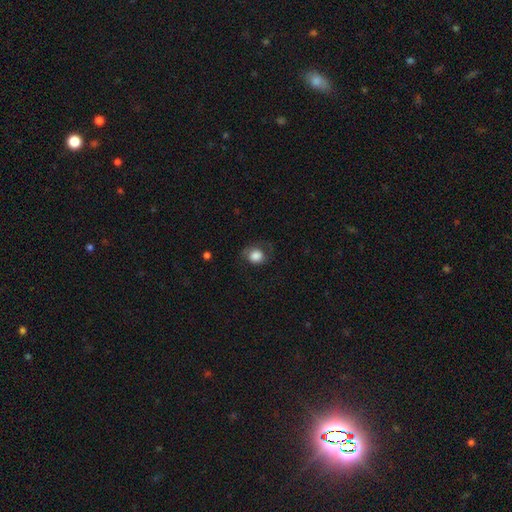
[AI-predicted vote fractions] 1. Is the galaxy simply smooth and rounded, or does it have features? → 79% smooth, 12% featured or disk, 9% star or artifact.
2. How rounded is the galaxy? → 71% round, 29% in between, 1% cigar-shaped.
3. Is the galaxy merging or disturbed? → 56% none, 24% minor disturbance, 19% major disturbance, 2% merger.